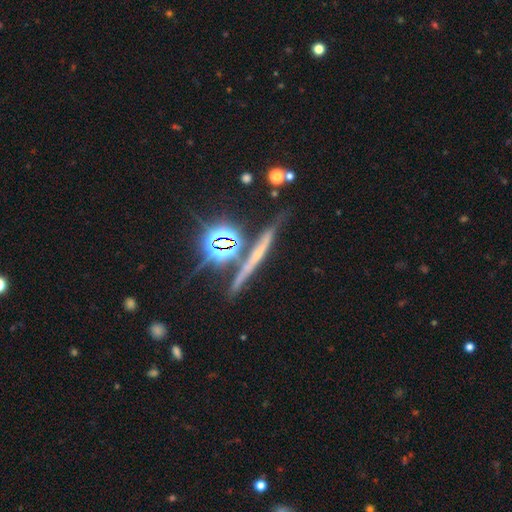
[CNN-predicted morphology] Overall: featured or disk (39%; star or artifact 38%). Merging: none (77%).